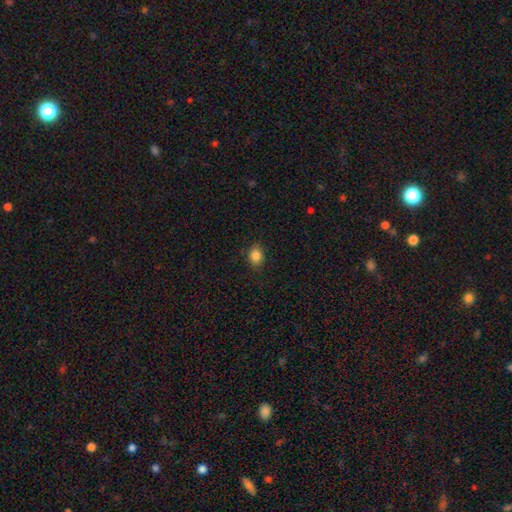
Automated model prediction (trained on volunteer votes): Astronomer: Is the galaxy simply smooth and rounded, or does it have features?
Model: smooth — 85%.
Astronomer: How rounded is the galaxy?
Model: in between — 57% (runner-up: round, 42%).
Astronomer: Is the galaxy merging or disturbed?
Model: none — 85%.